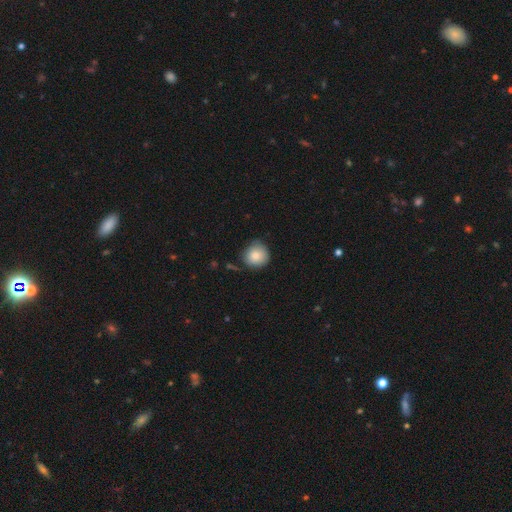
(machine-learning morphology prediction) smooth_or_featured: smooth (p=0.83) [alt: star or artifact p=0.08]
how_rounded: round (p=0.91) [alt: in between p=0.08]
merging: none (p=0.72) [alt: minor disturbance p=0.22]